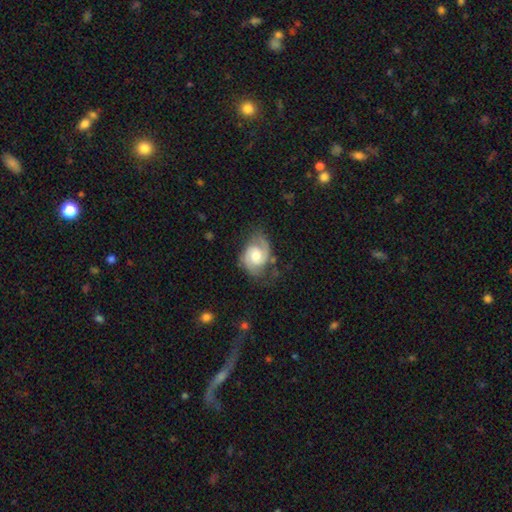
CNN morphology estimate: Smooth or featured?
  - featured or disk: 79% *
  - smooth: 15%
  - star or artifact: 6%
Edge-on disk?
  - no: 97% *
  - yes: 3%
Bar?
  - no: 59% *
  - weak: 35%
  - strong: 6%
Spiral arms?
  - yes: 95% *
  - no: 5%
Spiral winding?
  - medium: 48% *
  - tight: 36%
  - loose: 16%
Spiral arm count?
  - 2: 87% *
  - can't tell: 6%
  - 1: 4%
  - 3: 2%
  - 4: 1%
  - more than 4: 1%
Bulge size?
  - moderate: 58% *
  - large: 19%
  - small: 17%
  - none: 3%
  - dominant: 2%
Merging?
  - none: 64% *
  - minor disturbance: 24%
  - major disturbance: 10%
  - merger: 2%